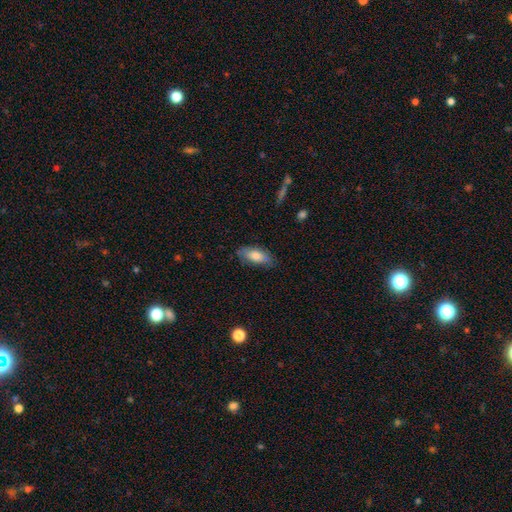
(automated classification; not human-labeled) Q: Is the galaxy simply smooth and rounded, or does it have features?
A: smooth — 77%.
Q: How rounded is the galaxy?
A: in between — 83%.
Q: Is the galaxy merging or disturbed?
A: none — 76%.